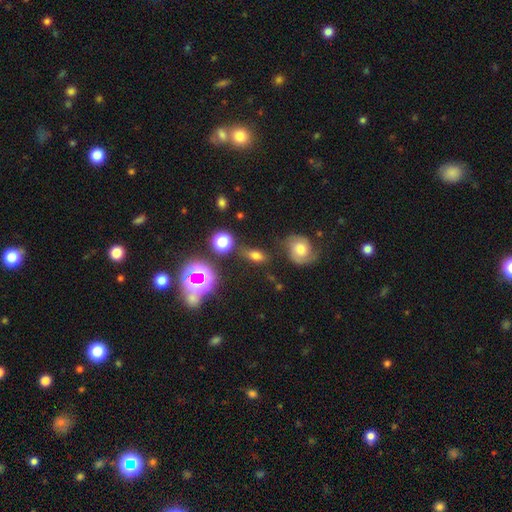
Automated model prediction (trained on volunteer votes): This is likely a smooth galaxy (62%). How rounded: likely in between (73%). Merging: likely none (71%).